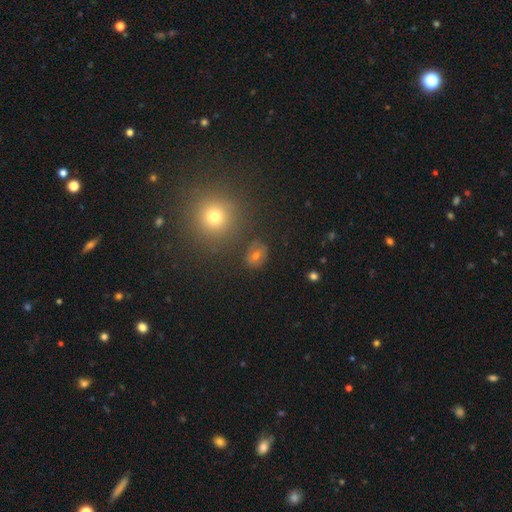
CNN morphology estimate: Overall: smooth (61%; star or artifact 22%). How rounded: round (57%; in between 41%). Merging: none (80%).